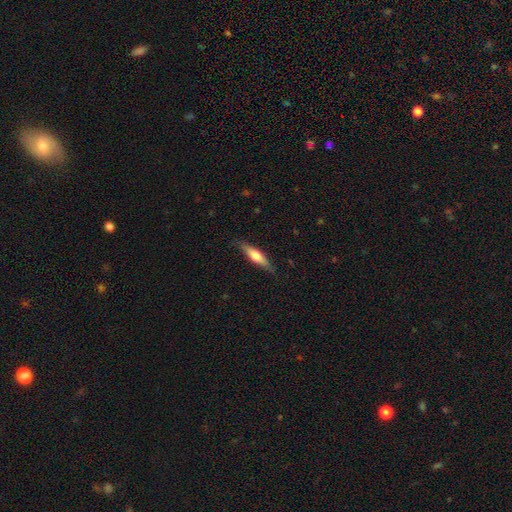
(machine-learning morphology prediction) Q: Smooth or featured?
A: smooth (52%); runner-up: featured or disk (43%)
Q: How rounded?
A: cigar-shaped (69%); runner-up: in between (29%)
Q: Merging?
A: none (81%); runner-up: minor disturbance (15%)